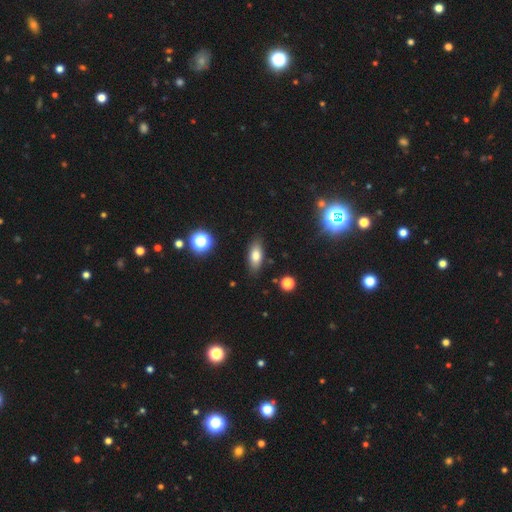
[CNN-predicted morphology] smooth_or_featured: smooth (p=0.76) [alt: featured or disk p=0.14]
how_rounded: in between (p=0.79) [alt: cigar-shaped p=0.17]
merging: none (p=0.85) [alt: minor disturbance p=0.10]